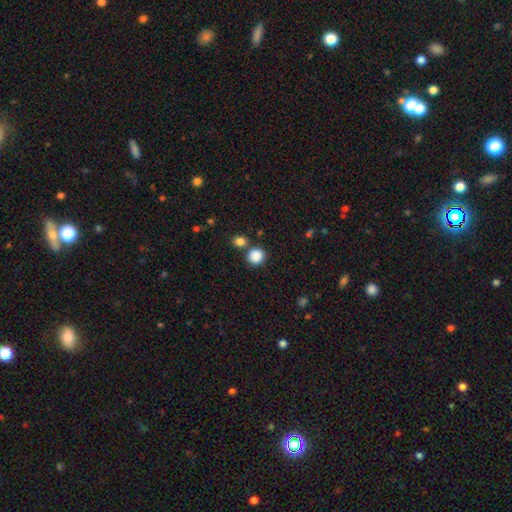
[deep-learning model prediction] smooth 87%, star or artifact 10%, featured or disk 3%. Down the decision tree: how rounded — round (88%); merging — none (75%).